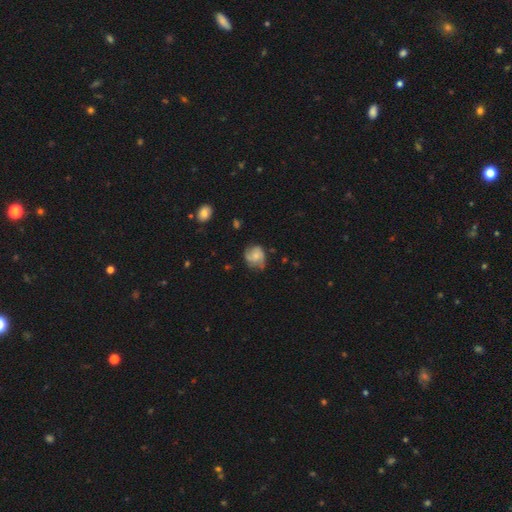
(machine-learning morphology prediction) Q: Smooth or featured?
A: featured or disk (50%); runner-up: smooth (42%)
Q: Edge-on disk?
A: no (97%); runner-up: yes (3%)
Q: Merging?
A: none (58%); runner-up: minor disturbance (30%)